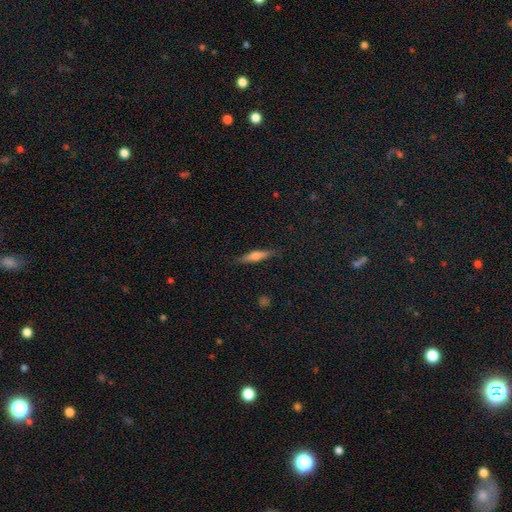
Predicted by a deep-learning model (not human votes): This appears to be a smooth galaxy with no disk features (49%). Merging: none (86%).